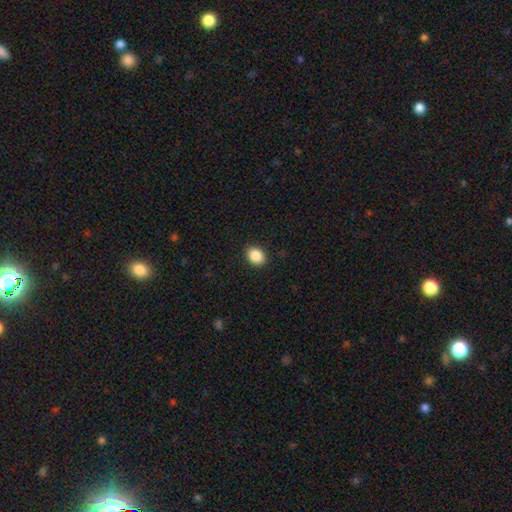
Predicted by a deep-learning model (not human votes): Smooth or featured: smooth — 88% (star or artifact — 8%)
How rounded: in between — 58% (round — 41%)
Merging: none — 89% (minor disturbance — 8%)